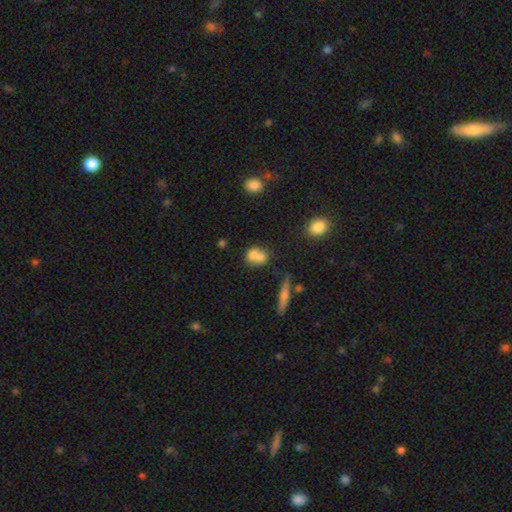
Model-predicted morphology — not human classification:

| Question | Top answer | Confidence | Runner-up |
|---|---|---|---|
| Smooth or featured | smooth | 68% | featured or disk (21%) |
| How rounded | round | 53% | in between (44%) |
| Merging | merger | 56% | none (30%) |